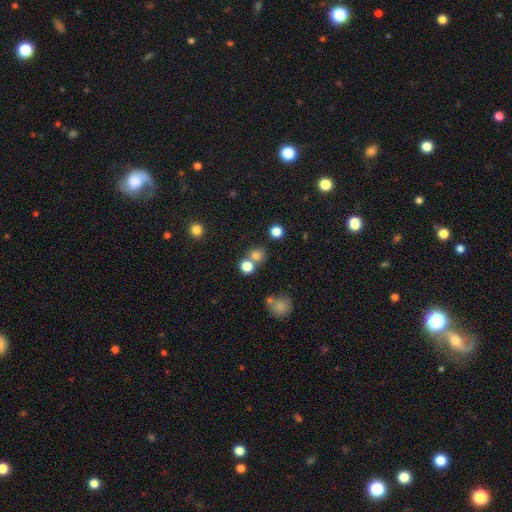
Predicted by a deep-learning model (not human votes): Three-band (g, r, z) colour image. It shows a smooth galaxy with no disk features (76%) that is round (86%). Merging: none (61%).